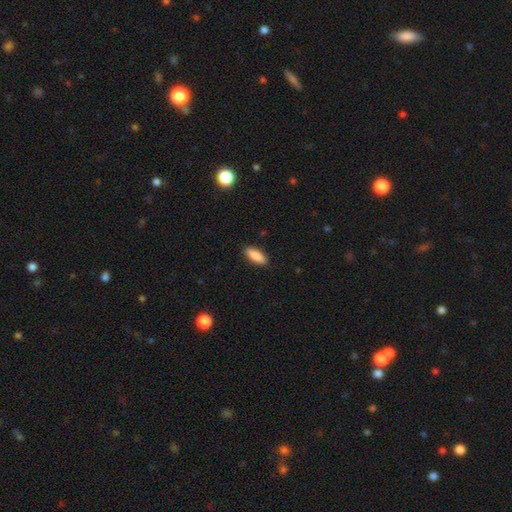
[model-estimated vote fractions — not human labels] smooth-or-featured: smooth: 88% | star or artifact: 6% | featured or disk: 6%
  how-rounded: in between: 72% | cigar-shaped: 26% | round: 2%
  merging: none: 90% | minor disturbance: 8% | major disturbance: 2% | merger: 1%